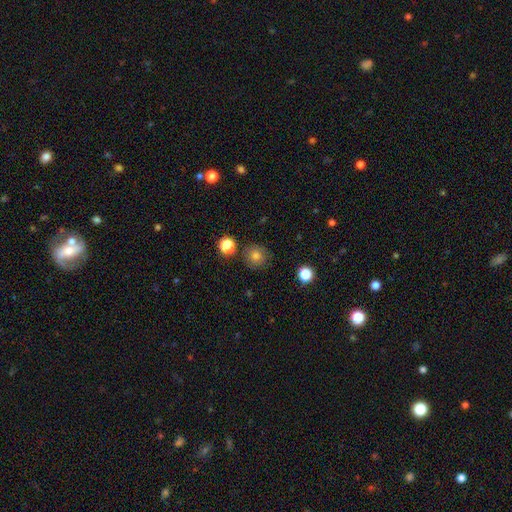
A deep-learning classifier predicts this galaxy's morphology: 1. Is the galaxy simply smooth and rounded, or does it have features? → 79% smooth, 13% star or artifact, 8% featured or disk.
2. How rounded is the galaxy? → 93% round, 6% in between, 1% cigar-shaped.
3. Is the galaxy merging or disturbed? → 85% none, 9% minor disturbance, 3% major disturbance, 3% merger.